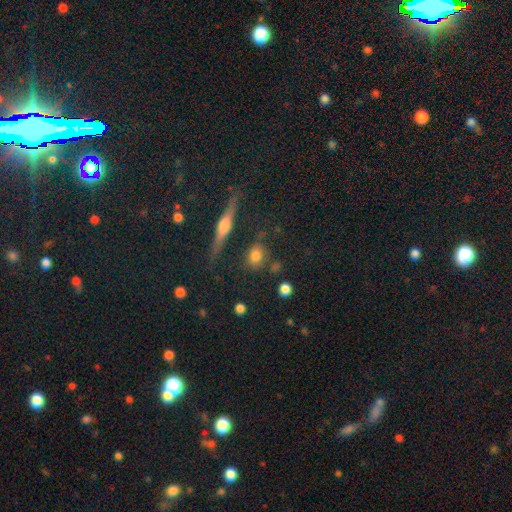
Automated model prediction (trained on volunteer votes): Morphology: type=smooth (75%); roundness=round (48%); merging=none (77%).